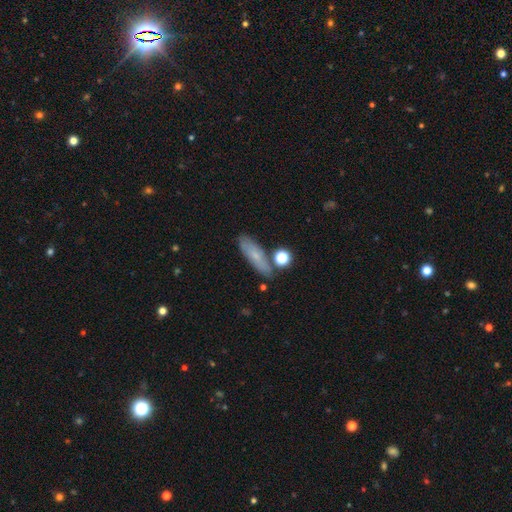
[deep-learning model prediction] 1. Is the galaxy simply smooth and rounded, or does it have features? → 67% smooth, 24% featured or disk, 9% star or artifact.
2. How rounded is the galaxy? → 49% cigar-shaped, 46% in between, 5% round.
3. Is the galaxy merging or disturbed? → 72% none, 16% minor disturbance, 8% merger, 4% major disturbance.